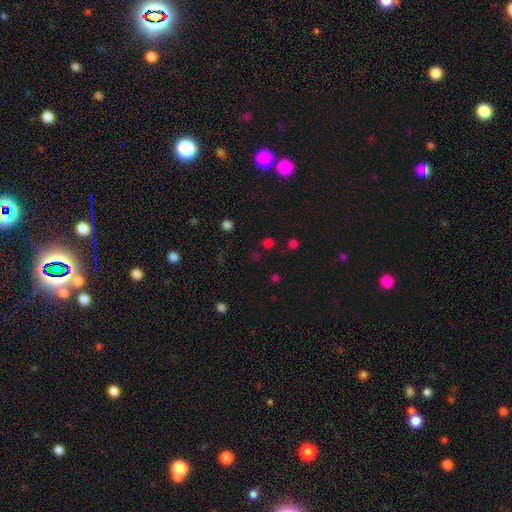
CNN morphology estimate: This appears to be a smooth galaxy with no disk features (52%) that is round (85%). Merging: none (81%).